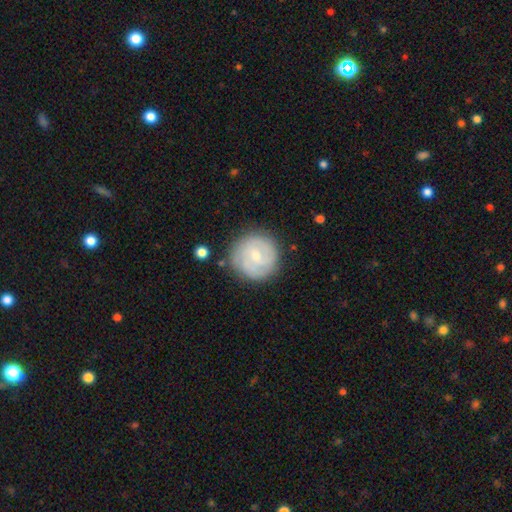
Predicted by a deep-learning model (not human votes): This is possibly a featured or disk galaxy (59%). It is clearly not viewed edge-on (97%). Bar: possibly no (57%). Spiral arm pattern: likely yes (78%). Central bulge: likely small (63%). Merging: clearly none (81%).